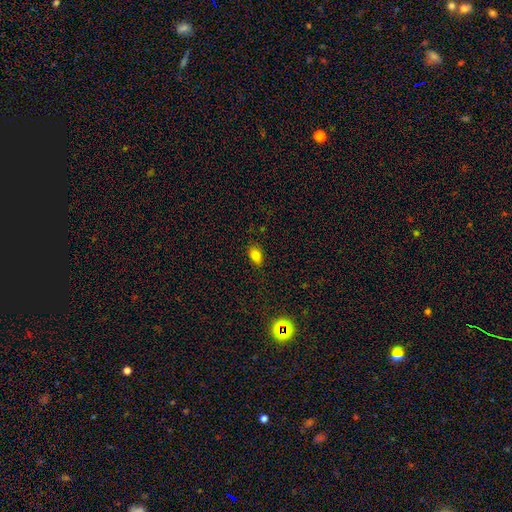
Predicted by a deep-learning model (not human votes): This appears to be a smooth galaxy with no disk features (82%) that is in between round and cigar-shaped (85%). Merging: none (84%).